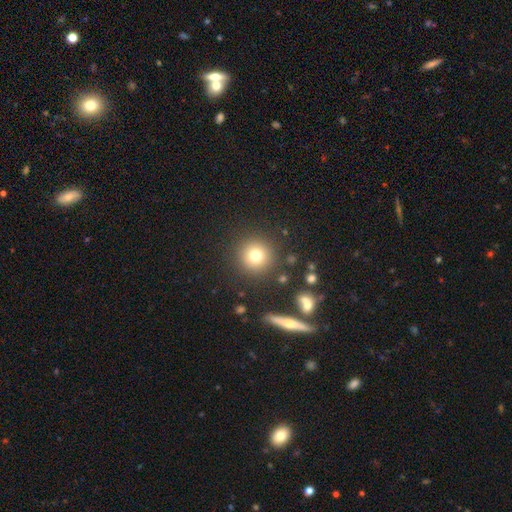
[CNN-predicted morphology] Smooth or featured? smooth (75%)
How rounded? round (94%)
Merging? none (88%)